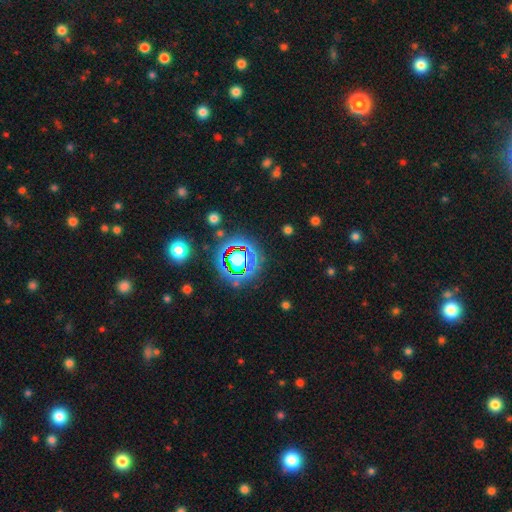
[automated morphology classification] smooth_or_featured: star or artifact (p=0.76) [alt: smooth p=0.15]